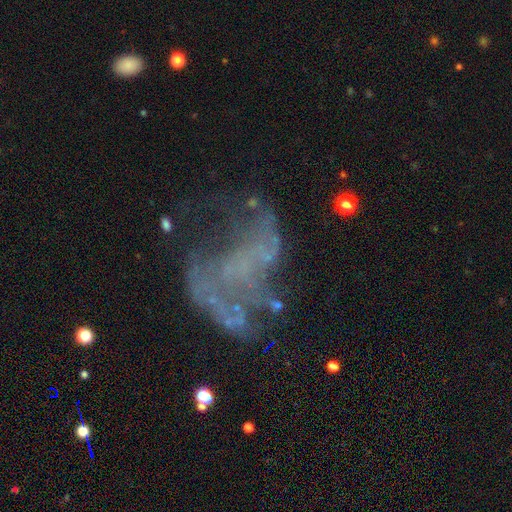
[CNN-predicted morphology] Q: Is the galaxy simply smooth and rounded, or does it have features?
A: featured or disk — 66%.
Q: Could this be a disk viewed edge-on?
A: no — 97%.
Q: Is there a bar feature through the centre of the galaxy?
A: no — 83%.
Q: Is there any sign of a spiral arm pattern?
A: no — 72%.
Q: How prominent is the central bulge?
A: none — 83%.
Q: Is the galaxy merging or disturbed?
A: major disturbance — 42%.